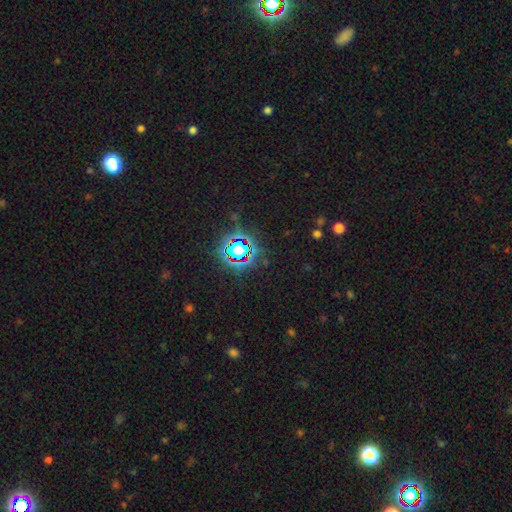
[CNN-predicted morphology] smooth-or-featured: star or artifact: 82% | smooth: 11% | featured or disk: 7%